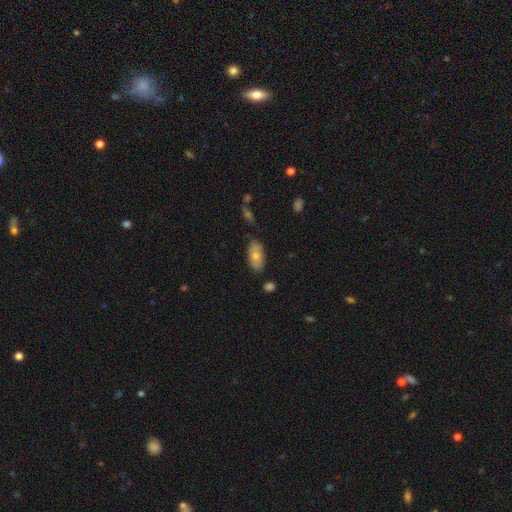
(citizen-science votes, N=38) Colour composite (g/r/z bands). It shows a smooth galaxy with no disk features (66%) that is in between round and cigar-shaped (92%). Merging: none (77%).